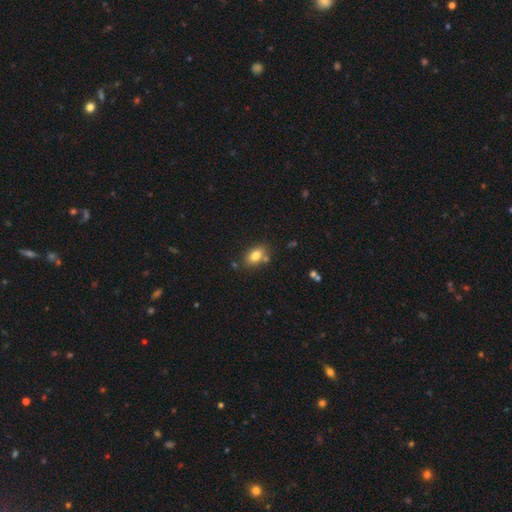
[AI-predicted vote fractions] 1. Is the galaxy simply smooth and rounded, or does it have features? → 80% smooth, 11% featured or disk, 9% star or artifact.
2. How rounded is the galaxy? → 85% in between, 11% round, 3% cigar-shaped.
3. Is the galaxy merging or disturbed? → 72% none, 14% minor disturbance, 10% merger, 3% major disturbance.